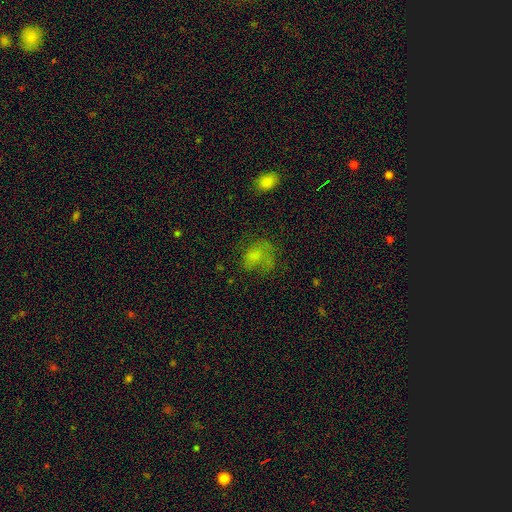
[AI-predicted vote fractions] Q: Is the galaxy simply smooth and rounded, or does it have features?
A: smooth — 62%.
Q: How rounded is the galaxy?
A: in between — 53%.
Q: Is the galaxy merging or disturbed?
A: none — 36%.